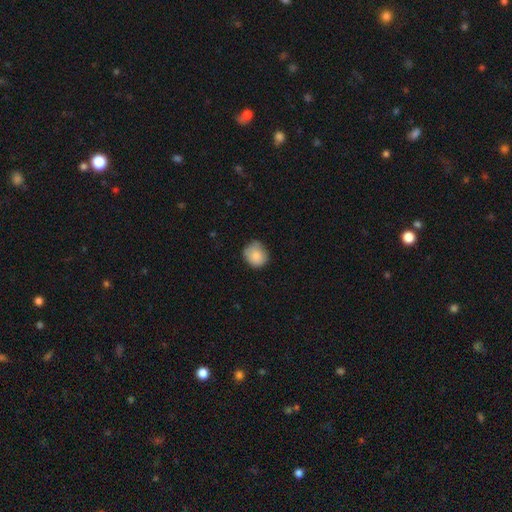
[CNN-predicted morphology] Overall: smooth (83%). How rounded: round (79%). Merging: none (68%).